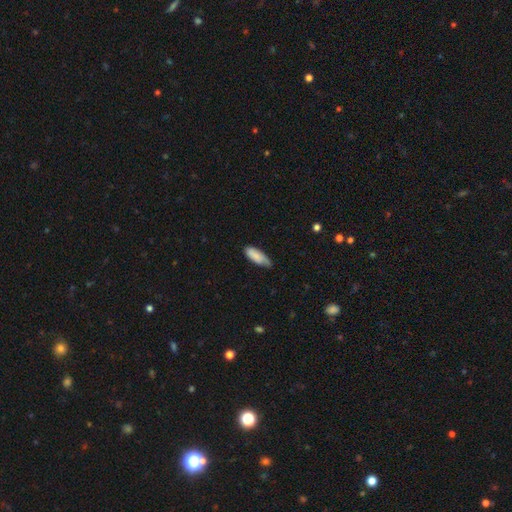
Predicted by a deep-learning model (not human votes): Morphology: type=smooth (80%); roundness=in between (74%); merging=none (55%).